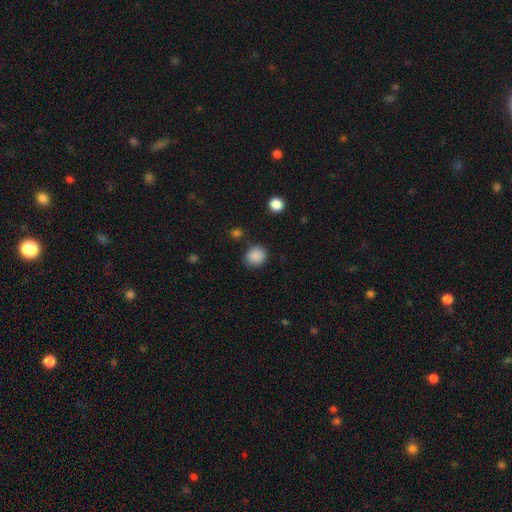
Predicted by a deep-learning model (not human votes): smooth 88%, star or artifact 9%, featured or disk 3%. Down the decision tree: how rounded — round (83%); merging — none (83%).